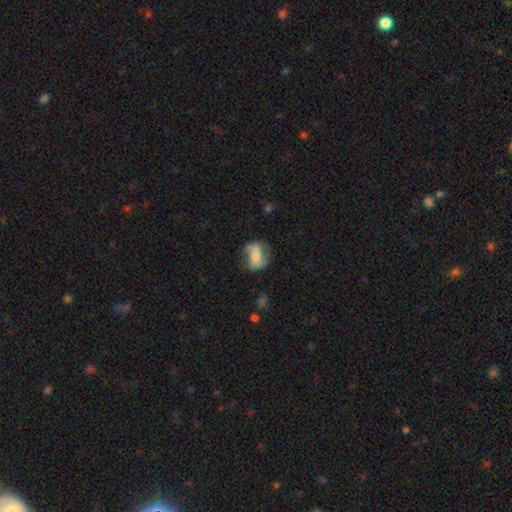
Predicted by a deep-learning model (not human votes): Overall: featured or disk (65%; smooth 28%). Edge-on disk: no (96%). Bar: no (39%; weak 35%). Spiral arms: yes (88%). Spiral arm count: 2 (83%). Spiral winding: loose (47%; medium 37%). Bulge size: small (49%; moderate 41%). Merging: none (65%).